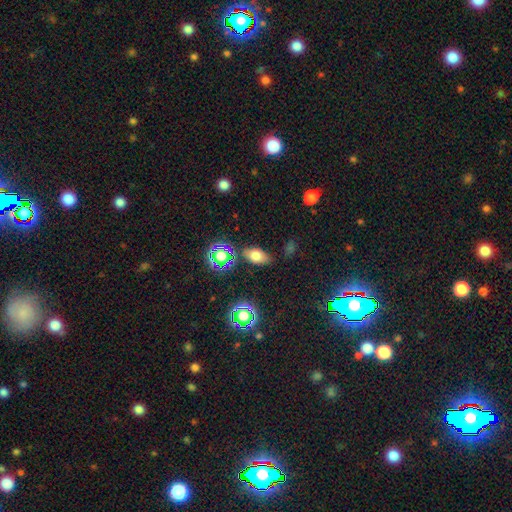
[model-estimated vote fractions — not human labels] Overall: smooth (69%). How rounded: in between (86%). Merging: none (78%).